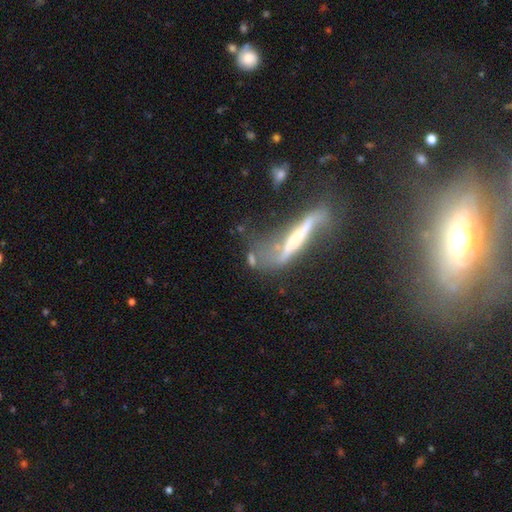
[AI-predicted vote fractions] Smooth or featured?
  - featured or disk: 69% *
  - smooth: 22%
  - star or artifact: 9%
Edge-on disk?
  - yes: 64% *
  - no: 36%
Merging?
  - none: 37% *
  - major disturbance: 25%
  - minor disturbance: 21%
  - merger: 17%